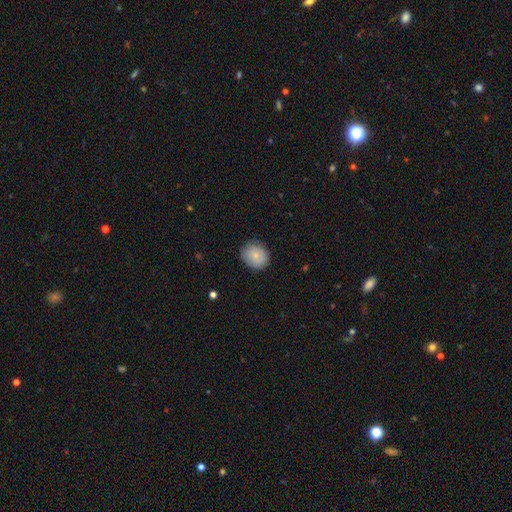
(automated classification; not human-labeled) A smooth galaxy with no disk features (83%) that is round (71%). Merging: none (81%).